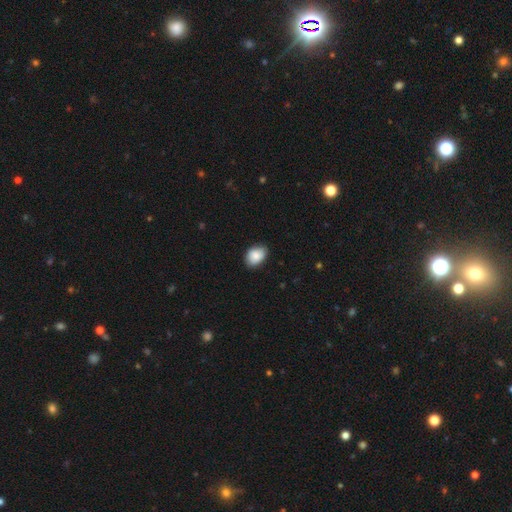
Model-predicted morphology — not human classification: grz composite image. It shows a smooth galaxy with no disk features (87%) that is in between round and cigar-shaped (73%). Merging: none (80%).